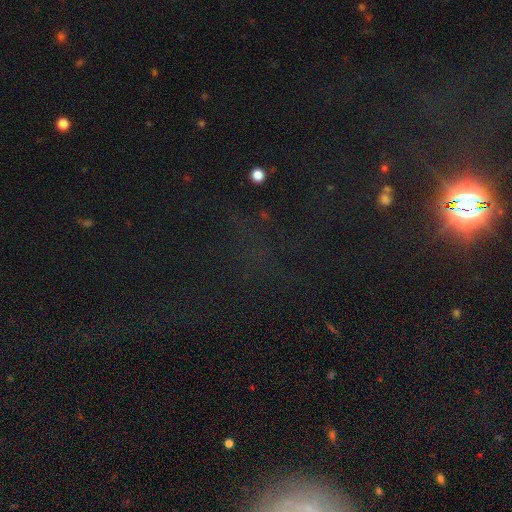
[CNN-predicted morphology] A star or artifact, not a galaxy (72%).